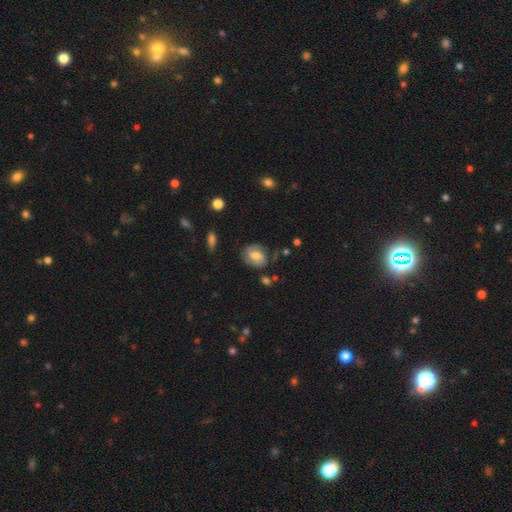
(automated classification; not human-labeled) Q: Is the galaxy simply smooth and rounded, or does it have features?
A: smooth — 59%.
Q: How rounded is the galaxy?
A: in between — 52%.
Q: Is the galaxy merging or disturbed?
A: none — 67%.